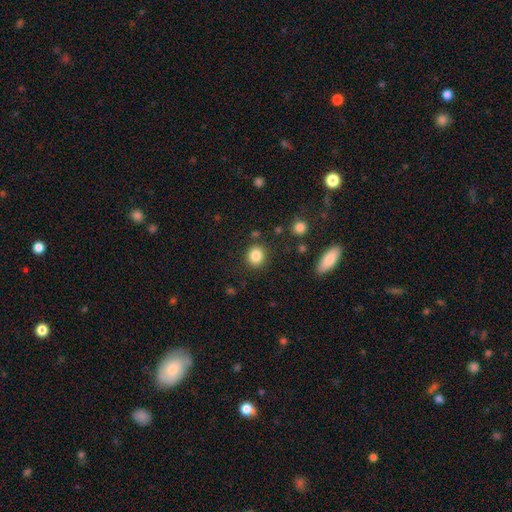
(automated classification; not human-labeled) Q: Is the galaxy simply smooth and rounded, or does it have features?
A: smooth — 85%.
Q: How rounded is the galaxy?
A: round — 76%.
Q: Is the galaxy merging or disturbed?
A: none — 86%.